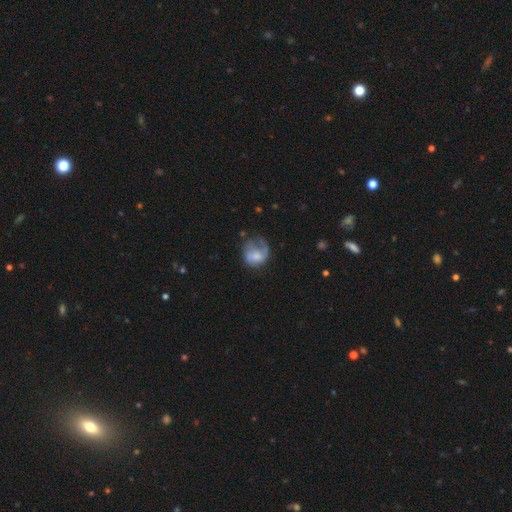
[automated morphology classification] smooth 48%, featured or disk 44%, star or artifact 8%. Down the decision tree: merging — major disturbance (39%).